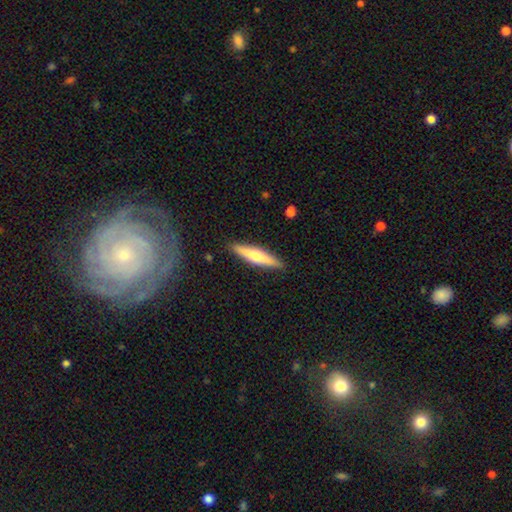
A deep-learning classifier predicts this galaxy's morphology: Overall: smooth (49%; featured or disk 45%). Merging: none (89%).